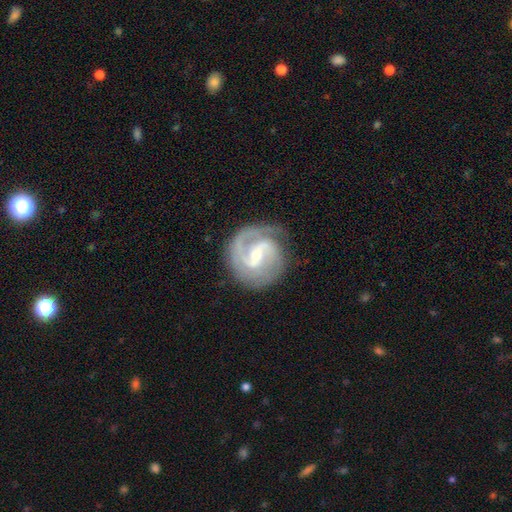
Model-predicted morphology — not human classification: smooth-or-featured: featured or disk: 89% | smooth: 6% | star or artifact: 5%
  disk-edge-on: no: 98% | yes: 2%
    bar: weak: 54% | strong: 26% | no: 21%
    has-spiral-arms: yes: 97% | no: 3%
      spiral-winding: tight: 45% (tied) | medium: 45% (tied) | loose: 10%
      spiral-arm-count: 2: 73% | 3: 8% | can't tell: 7% | 1: 7% | 4: 2% | more than 4: 2%
    bulge-size: small: 57% | moderate: 39% | large: 2% | none: 1% | dominant: 1%
  merging: none: 75% | minor disturbance: 16% | major disturbance: 7% | merger: 1%